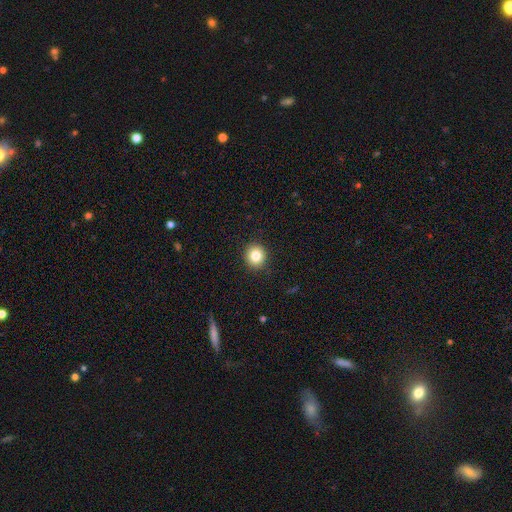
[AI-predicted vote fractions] Smooth or featured? smooth (83%)
How rounded? round (87%)
Merging? none (91%)